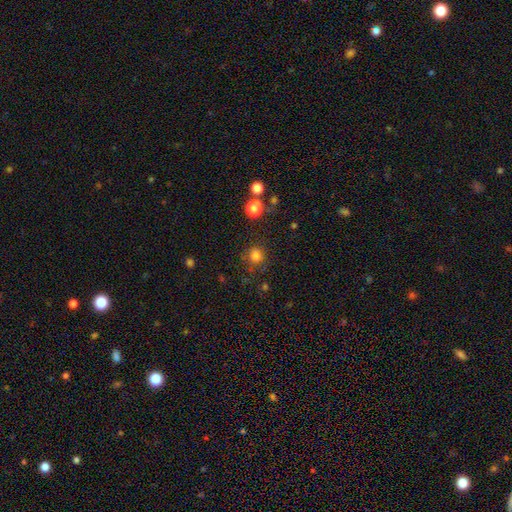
smooth_or_featured: smooth (p=0.88) [alt: star or artifact p=0.07]
how_rounded: round (p=0.97) [alt: in between p=0.03]
merging: none (p=0.70) [alt: minor disturbance p=0.11]